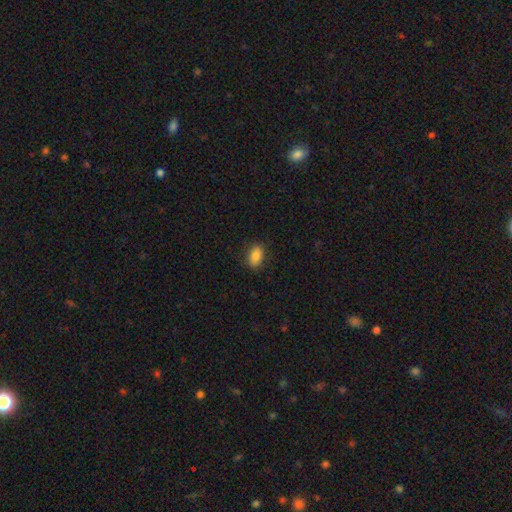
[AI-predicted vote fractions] smooth_or_featured: smooth (p=0.84) [alt: star or artifact p=0.09]
how_rounded: in between (p=0.87) [alt: round p=0.11]
merging: none (p=0.86) [alt: minor disturbance p=0.11]